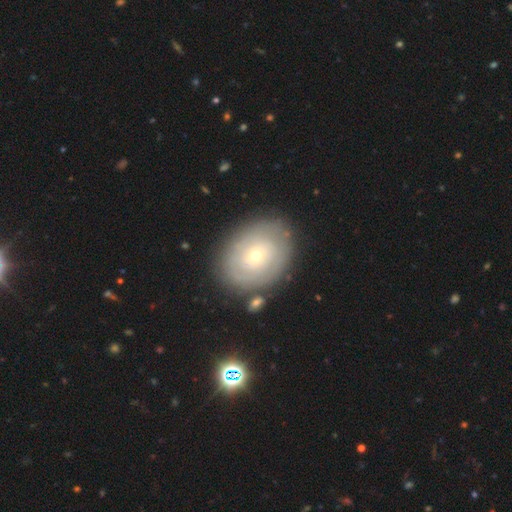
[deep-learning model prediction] Morphology: type=featured or disk (54%); edge-on=no (95%); bar=no (86%); spiral arms=no (55%); bulge=small (71%); merging=none (80%).